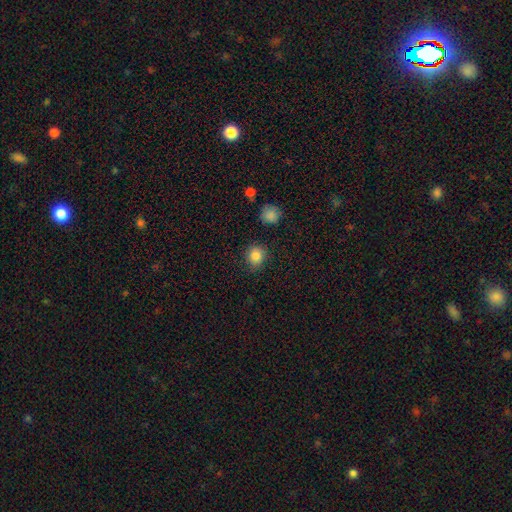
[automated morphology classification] type=smooth (84%); roundness=round (84%); merging=none (87%).